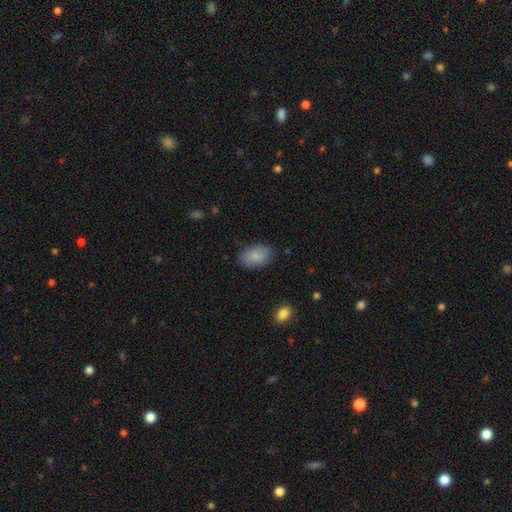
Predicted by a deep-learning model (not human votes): Smooth or featured? smooth (85%)
How rounded? in between (88%)
Merging? none (82%)